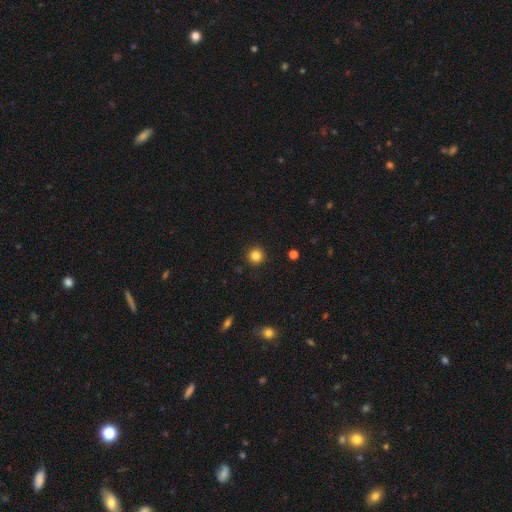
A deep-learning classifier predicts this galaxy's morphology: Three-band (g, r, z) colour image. It shows a smooth galaxy with no disk features (83%) that is round (96%). Merging: none (93%).